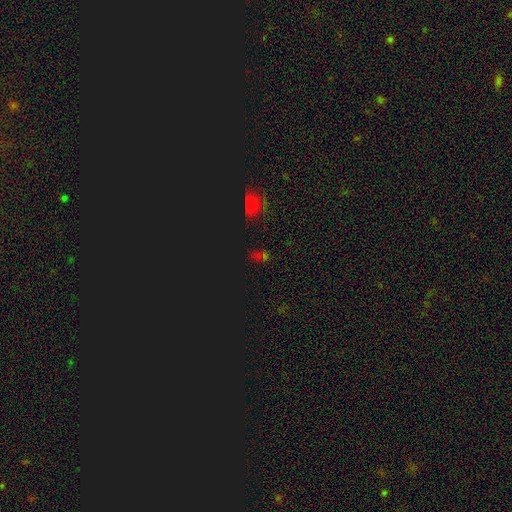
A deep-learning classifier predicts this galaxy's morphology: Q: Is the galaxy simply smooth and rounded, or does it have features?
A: star or artifact — 67%.